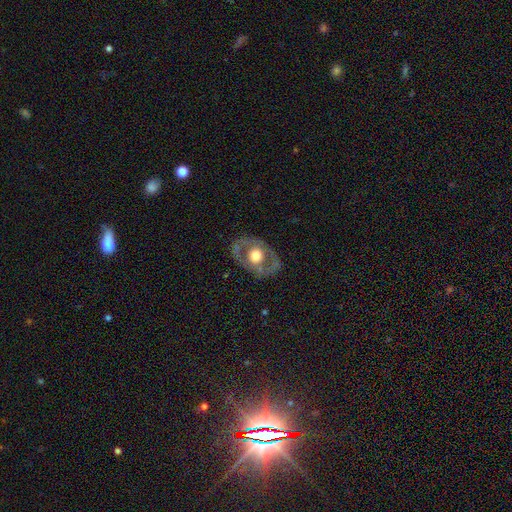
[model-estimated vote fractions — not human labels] Smooth or featured?
  - featured or disk: 60% *
  - smooth: 34%
  - star or artifact: 6%
Edge-on disk?
  - no: 92% *
  - yes: 8%
Bar?
  - no: 88% *
  - weak: 9%
  - strong: 3%
Spiral arms?
  - no: 81% *
  - yes: 19%
Bulge size?
  - large: 48% *
  - moderate: 42%
  - dominant: 5%
  - small: 3%
  - none: 1%
Merging?
  - none: 75% *
  - minor disturbance: 15%
  - major disturbance: 9%
  - merger: 1%